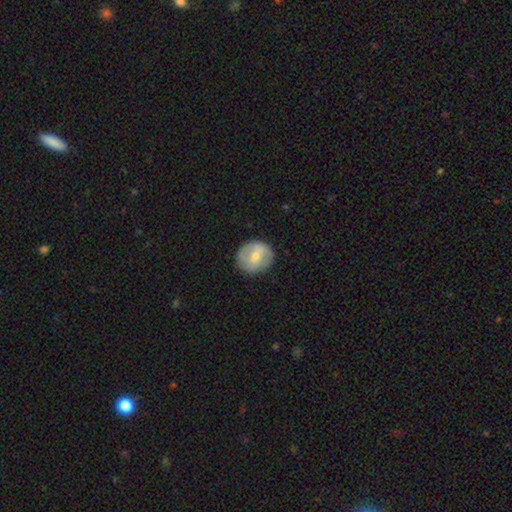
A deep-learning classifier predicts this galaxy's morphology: smooth_or_featured: smooth (p=0.52) [alt: featured or disk p=0.42]
how_rounded: round (p=0.80) [alt: in between p=0.19]
merging: none (p=0.82) [alt: minor disturbance p=0.13]